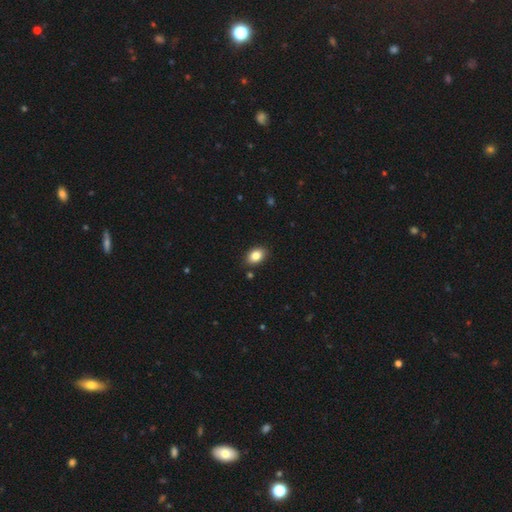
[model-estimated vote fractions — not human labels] smooth-or-featured: smooth: 85% | star or artifact: 8% | featured or disk: 7%
  how-rounded: in between: 81% | round: 17% | cigar-shaped: 1%
  merging: none: 88% | minor disturbance: 9% | major disturbance: 2% | merger: 2%